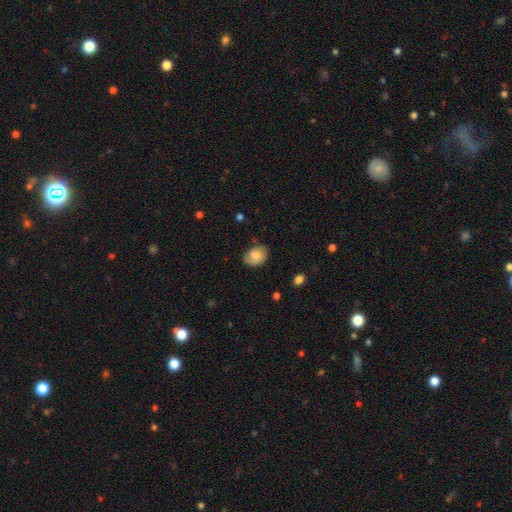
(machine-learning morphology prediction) Q: Smooth or featured?
A: smooth (70%); runner-up: featured or disk (22%)
Q: How rounded?
A: in between (68%); runner-up: round (31%)
Q: Merging?
A: none (76%); runner-up: minor disturbance (19%)